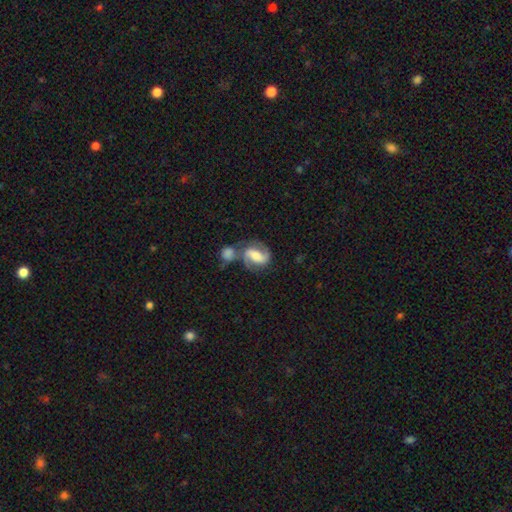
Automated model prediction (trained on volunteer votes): A featured or disk galaxy (79%) with a weak bar (40%), 2 (91%) medium (54%) spiral arms (95%) and a moderate central bulge (48%).

Vote fractions:
- Smooth or featured? featured or disk: 79% / smooth: 15% / star or artifact: 6%
- Edge-on disk? no: 97% / yes: 3%
- Bar? weak: 40% / strong: 39% / no: 21%
- Spiral arms? yes: 95% / no: 5%
- Spiral winding? medium: 54% / loose: 23% / tight: 22%
- Spiral arm count? 2: 91% / can't tell: 3% / 1: 2% / 3: 1% / 4: 1% / more than 4: 1%
- Bulge size? moderate: 48% / small: 23% / large: 19% / none: 7% / dominant: 3%
- Merging? none: 43% / merger: 37% / minor disturbance: 13% / major disturbance: 7%